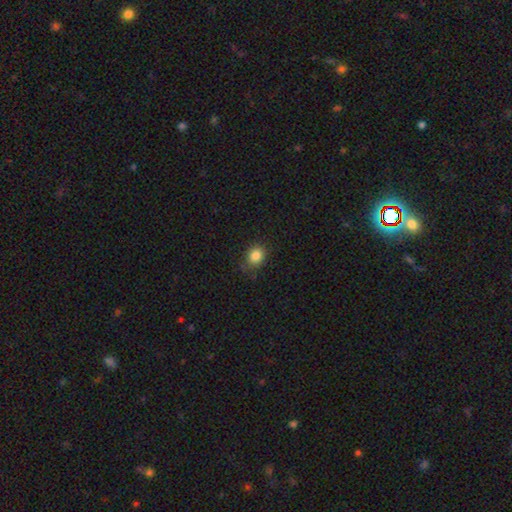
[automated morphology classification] Smooth or featured: smooth — 84% (star or artifact — 11%)
How rounded: round — 60% (in between — 39%)
Merging: none — 79% (minor disturbance — 16%)